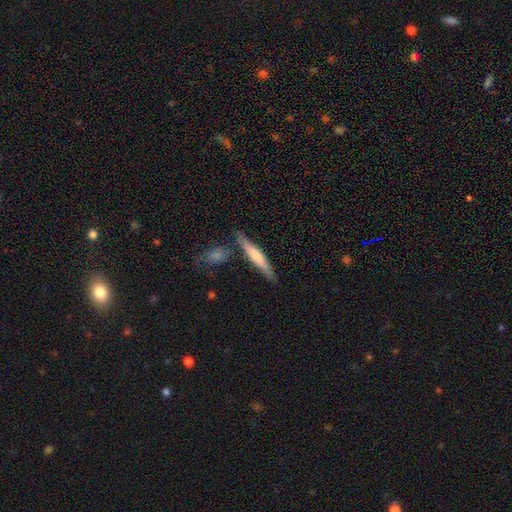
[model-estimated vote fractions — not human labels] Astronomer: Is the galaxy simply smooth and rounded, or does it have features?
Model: smooth — 53% (runner-up: featured or disk, 42%).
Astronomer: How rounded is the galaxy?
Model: cigar-shaped — 92%.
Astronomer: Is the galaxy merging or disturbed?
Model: none — 79%.